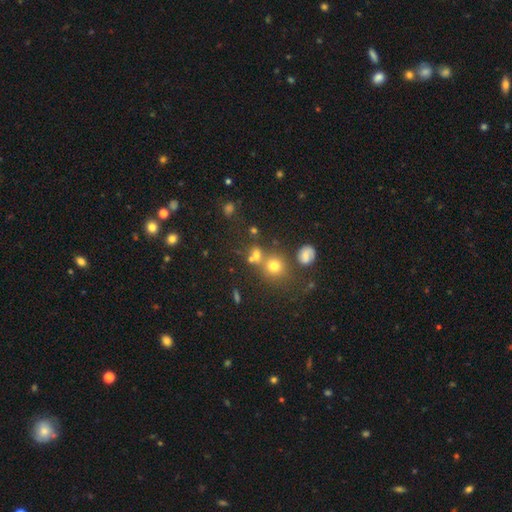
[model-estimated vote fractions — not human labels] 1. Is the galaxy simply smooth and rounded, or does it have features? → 66% smooth, 21% star or artifact, 13% featured or disk.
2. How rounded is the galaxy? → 78% round, 20% in between, 1% cigar-shaped.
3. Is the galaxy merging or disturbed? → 52% none, 33% merger, 10% minor disturbance, 5% major disturbance.